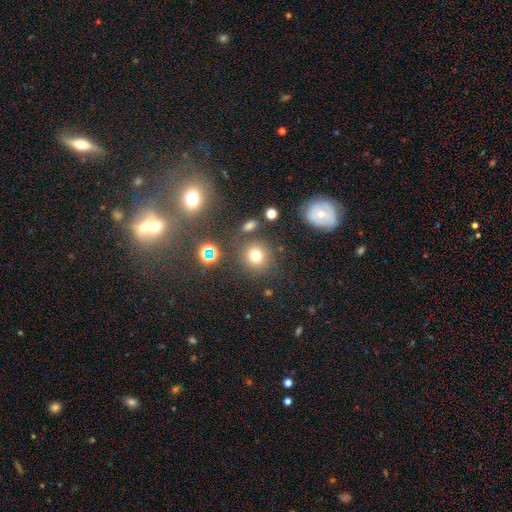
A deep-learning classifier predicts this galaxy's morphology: smooth 69%, star or artifact 21%, featured or disk 10%. Down the decision tree: how rounded — round (89%); merging — none (79%).